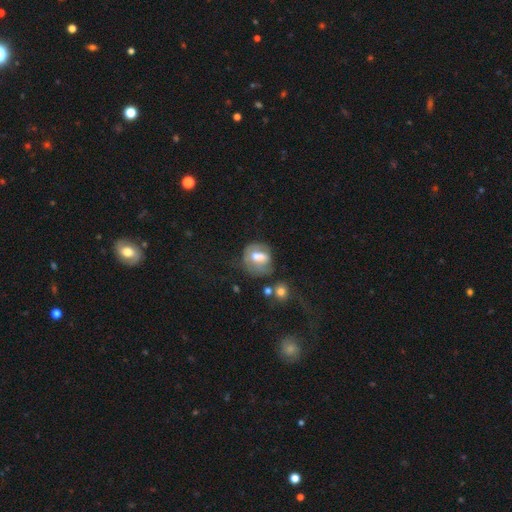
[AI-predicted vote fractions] This appears to be a smooth galaxy with no disk features (52%) that is round (56%). Merging: none (38%).